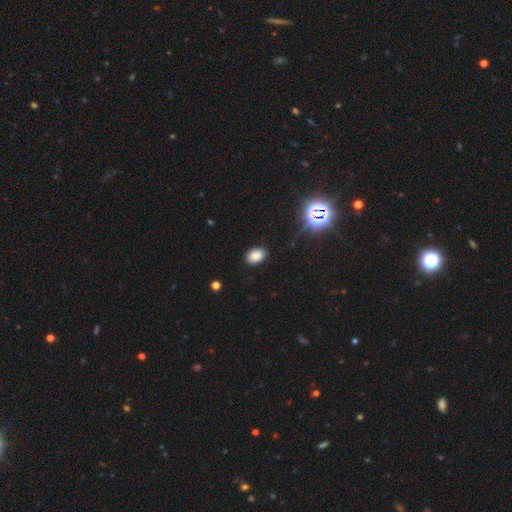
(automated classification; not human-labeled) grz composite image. It shows a smooth galaxy with no disk features (83%) that is in between round and cigar-shaped (85%). Merging: none (87%).